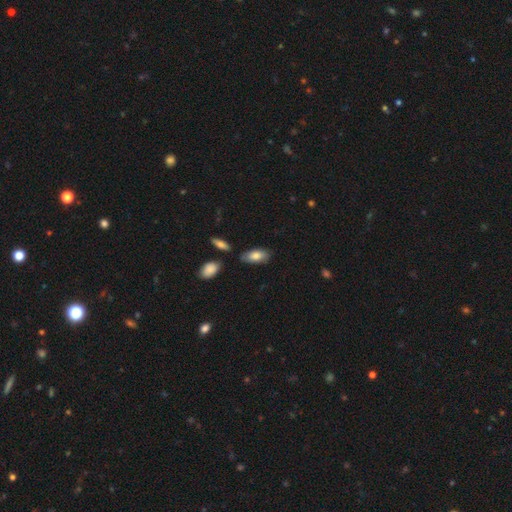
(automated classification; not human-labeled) Overall: smooth (78%). How rounded: in between (90%). Merging: none (72%).